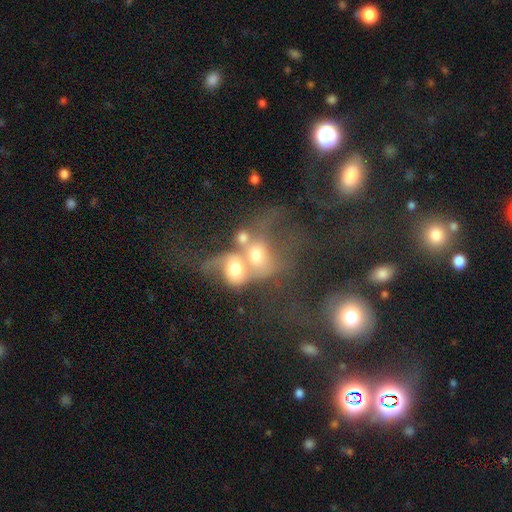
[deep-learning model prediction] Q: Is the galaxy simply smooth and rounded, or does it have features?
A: smooth — 36%.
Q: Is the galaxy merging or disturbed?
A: merger — 62%.